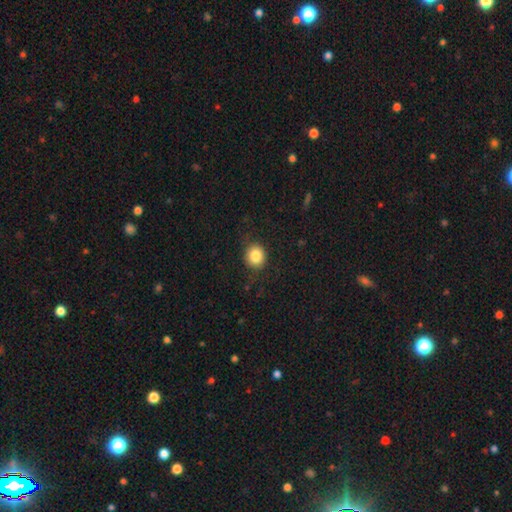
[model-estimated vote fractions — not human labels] This is clearly a smooth galaxy (85%). How rounded: likely round (78%). Merging: clearly none (85%).